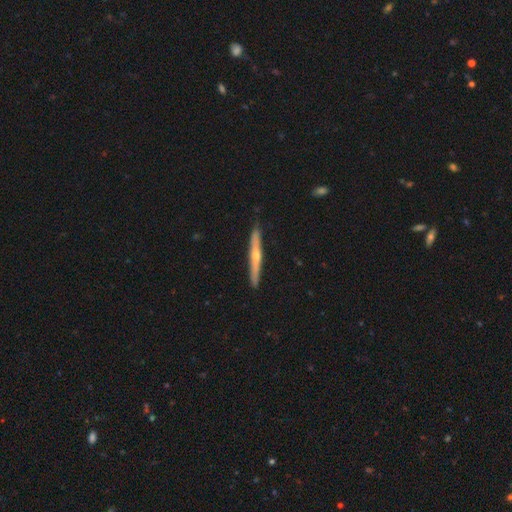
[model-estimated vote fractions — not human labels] Smooth or featured?
  - featured or disk: 63% *
  - smooth: 32%
  - star or artifact: 5%
Edge-on disk?
  - yes: 96% *
  - no: 4%
Edge-on bulge?
  - rounded: 80% *
  - none: 18%
  - boxy: 3%
Merging?
  - none: 91% *
  - minor disturbance: 7%
  - major disturbance: 1%
  - merger: 1%